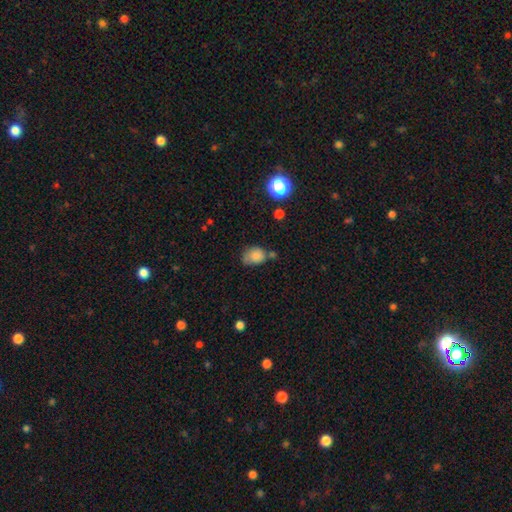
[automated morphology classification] A smooth galaxy with no disk features (81%) that is in between round and cigar-shaped (63%). Merging: none (44%).